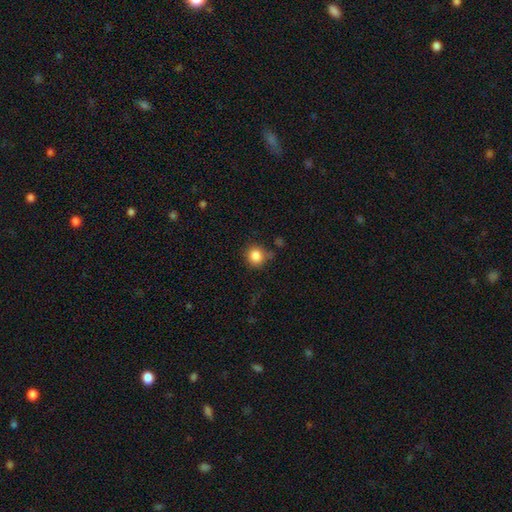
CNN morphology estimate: type=smooth (85%); roundness=round (86%); merging=none (74%).